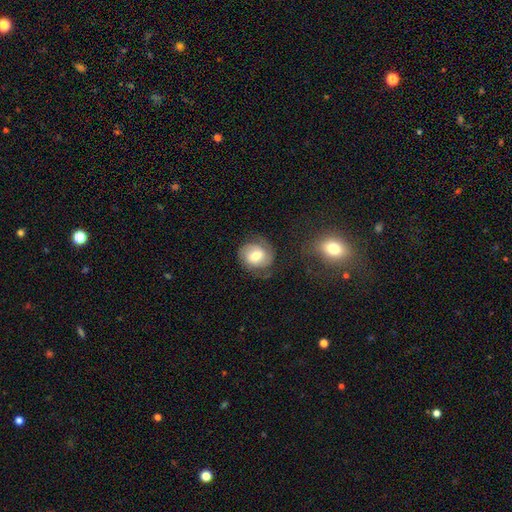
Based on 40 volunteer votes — Smooth or featured?
  - featured or disk: 50% *
  - smooth: 40%
  - star or artifact: 10%
Edge-on disk?
  - no: 100% *
  - yes: 0%
Bar?
  - no: 60% *
  - weak: 30%
  - strong: 10%
Spiral arms?
  - yes: 80% *
  - no: 20%
Spiral winding?
  - tight: 50% *
  - medium: 31%
  - loose: 19%
Spiral arm count?
  - 2: 88% *
  - 3: 6%
  - can't tell: 6%
  - 1: 0%
  - 4: 0%
  - more than 4: 0%
Bulge size?
  - moderate: 75% *
  - small: 20%
  - dominant: 5%
  - large: 0%
  - none: 0%
Merging?
  - none: 61% *
  - minor disturbance: 31%
  - major disturbance: 8%
  - merger: 0%